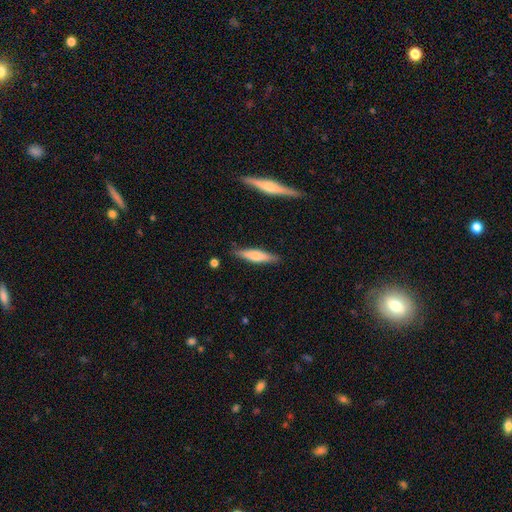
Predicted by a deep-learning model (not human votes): Q: Smooth or featured?
A: smooth (60%); runner-up: featured or disk (34%)
Q: How rounded?
A: cigar-shaped (77%); runner-up: in between (21%)
Q: Merging?
A: none (84%); runner-up: minor disturbance (11%)